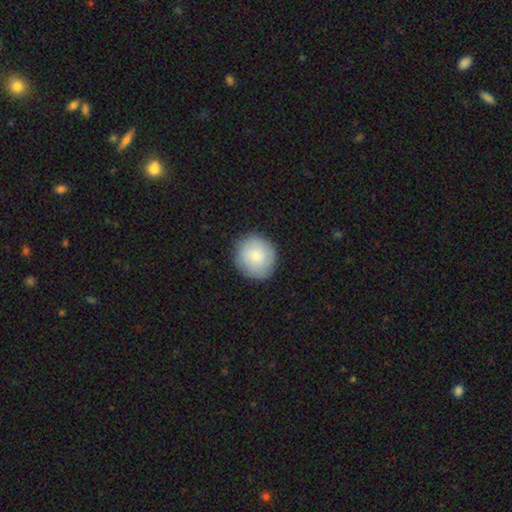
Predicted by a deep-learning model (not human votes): The model was most divided on "smooth or featured": smooth: 78%, featured or disk: 16%, star or artifact: 6%. More confident: how rounded — round (89%); merging — none (86%).